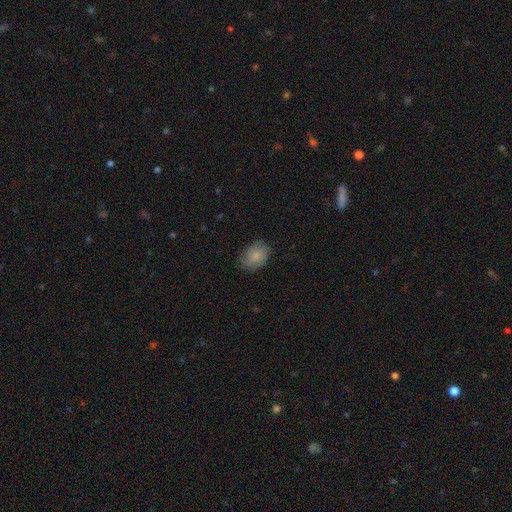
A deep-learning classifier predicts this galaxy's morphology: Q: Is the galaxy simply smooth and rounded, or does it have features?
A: smooth — 76%.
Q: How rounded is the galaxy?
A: in between — 71%.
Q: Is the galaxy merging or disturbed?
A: none — 75%.